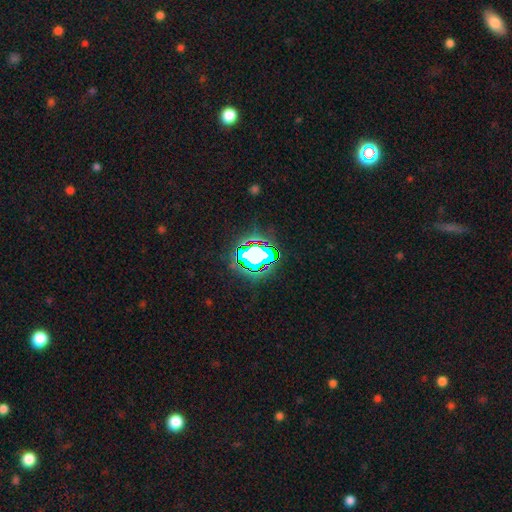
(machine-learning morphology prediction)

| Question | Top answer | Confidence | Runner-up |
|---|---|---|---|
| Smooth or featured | star or artifact | 59% | smooth (22%) |